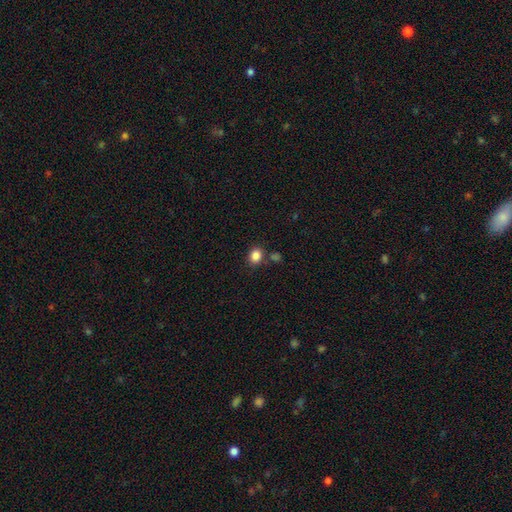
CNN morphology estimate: smooth-or-featured: smooth: 85% | star or artifact: 11% | featured or disk: 4%
  how-rounded: round: 60% | in between: 39% | cigar-shaped: 1%
  merging: none: 75% | minor disturbance: 11% | merger: 10% | major disturbance: 4%